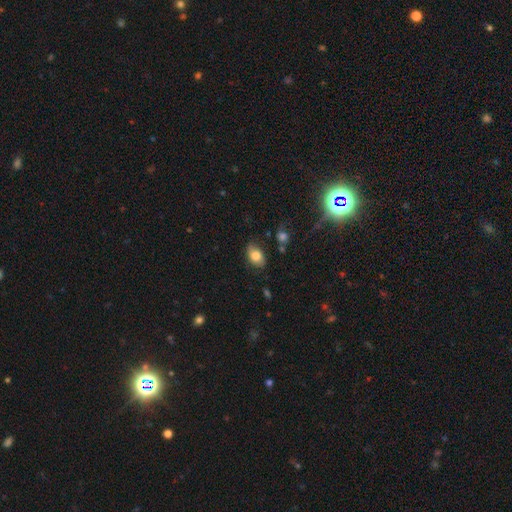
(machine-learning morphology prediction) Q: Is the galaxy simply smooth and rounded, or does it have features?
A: smooth — 79%.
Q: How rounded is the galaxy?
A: in between — 87%.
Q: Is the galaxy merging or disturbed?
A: none — 77%.